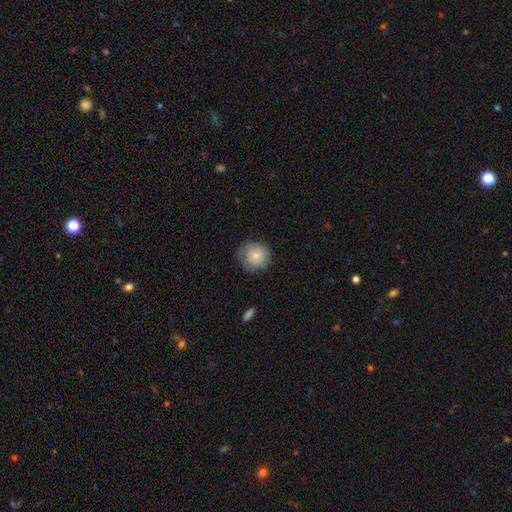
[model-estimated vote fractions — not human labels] smooth_or_featured: smooth (p=0.77) [alt: featured or disk p=0.15]
how_rounded: round (p=0.91) [alt: in between p=0.08]
merging: none (p=0.69) [alt: minor disturbance p=0.23]